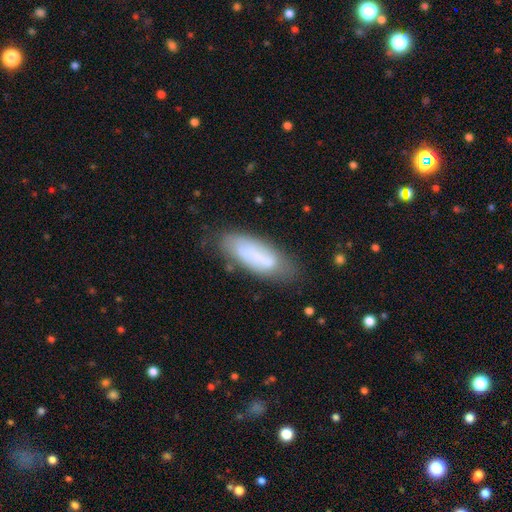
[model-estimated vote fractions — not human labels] The model was most divided on "how rounded": in between: 68%, cigar-shaped: 30%, round: 2%. More confident: smooth or featured — smooth (65%); merging — none (63%).